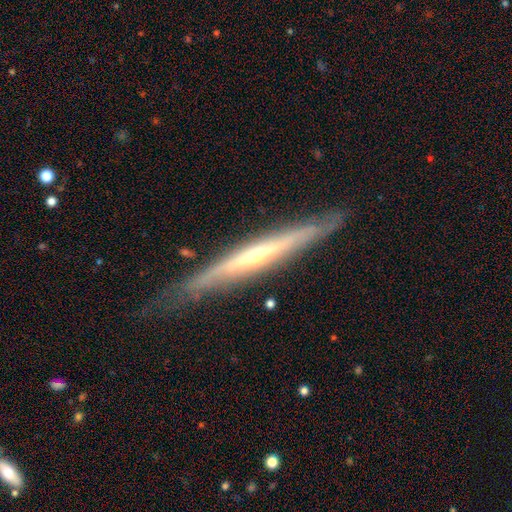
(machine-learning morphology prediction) featured or disk 78%, smooth 16%, star or artifact 6%. Down the decision tree: edge-on disk — yes (91%); edge-on bulge — rounded (69%); merging — none (78%).